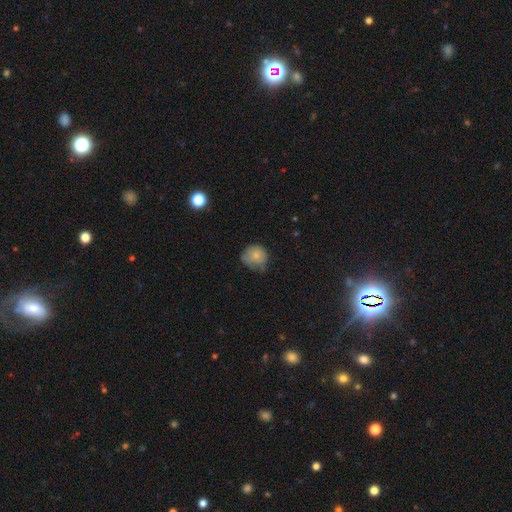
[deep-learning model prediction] Smooth or featured? Predicted: smooth (p=0.76). How rounded? Predicted: round (p=0.85). Merging? Predicted: none (p=0.52).